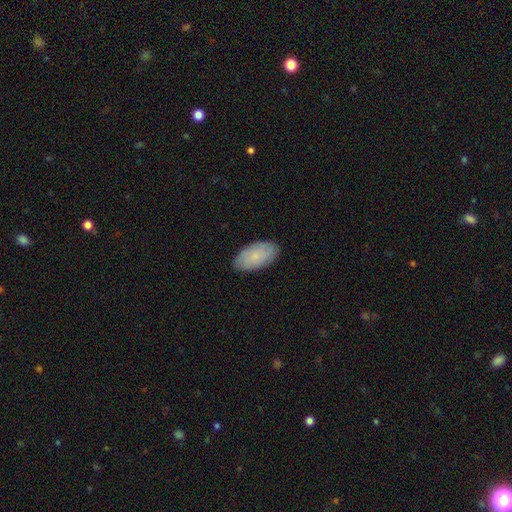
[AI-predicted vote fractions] Smooth or featured: smooth — 75% (featured or disk — 18%)
How rounded: in between — 95% (cigar-shaped — 3%)
Merging: none — 85% (minor disturbance — 12%)